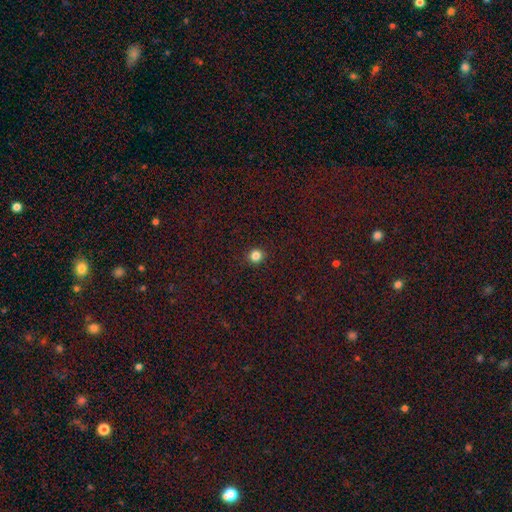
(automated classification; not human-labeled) A smooth galaxy with no disk features (83%) that is round (90%).

Vote fractions:
- Smooth or featured? smooth: 83% / star or artifact: 13% / featured or disk: 4%
- How rounded? round: 90% / in between: 9% / cigar-shaped: 1%
- Merging? none: 91% / minor disturbance: 6% / major disturbance: 2% / merger: 1%